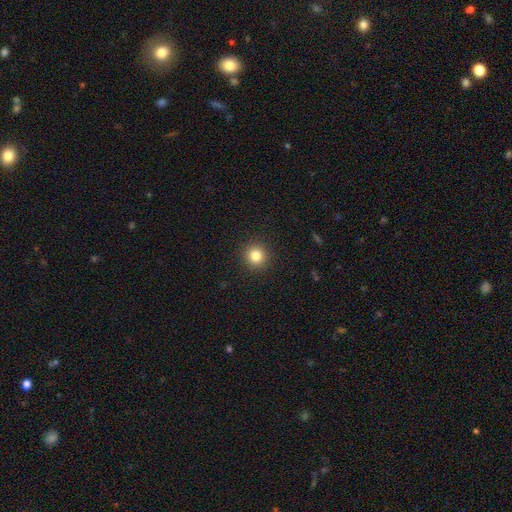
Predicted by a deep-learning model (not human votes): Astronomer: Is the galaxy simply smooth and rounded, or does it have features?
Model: smooth — 83%.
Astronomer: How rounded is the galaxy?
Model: round — 94%.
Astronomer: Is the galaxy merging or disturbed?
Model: none — 92%.